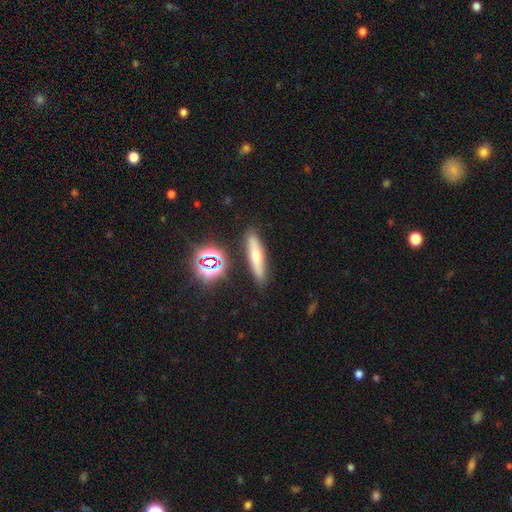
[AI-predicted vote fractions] Smooth or featured? Predicted: smooth (p=0.54). How rounded? Predicted: cigar-shaped (p=0.77). Merging? Predicted: none (p=0.86).